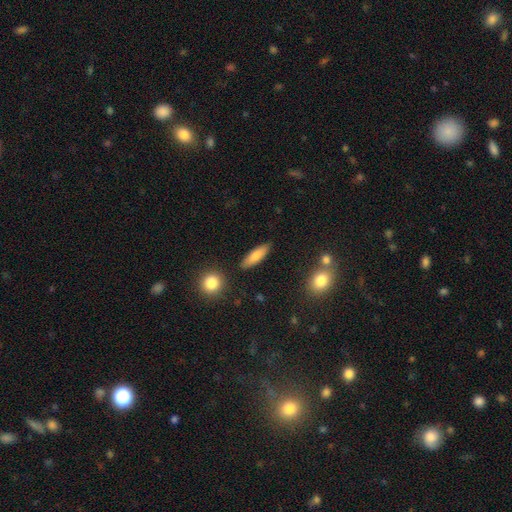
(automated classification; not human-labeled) Morphology: type=smooth (79%); roundness=cigar-shaped (55%); merging=none (87%).